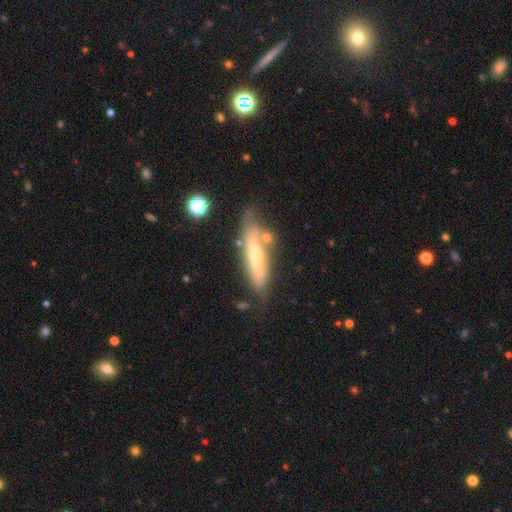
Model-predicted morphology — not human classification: A featured or disk galaxy (57%) viewed edge-on (68%). Merging: none (58%).